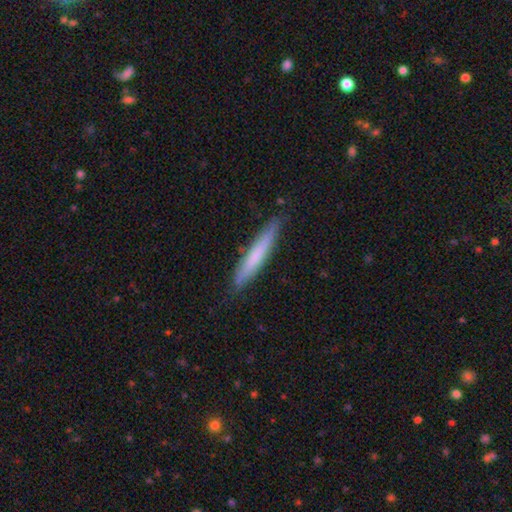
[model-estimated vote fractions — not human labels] Smooth or featured?
  - smooth: 67% *
  - featured or disk: 27%
  - star or artifact: 6%
How rounded?
  - cigar-shaped: 94% *
  - in between: 4%
  - round: 1%
Merging?
  - none: 86% *
  - minor disturbance: 11%
  - major disturbance: 2%
  - merger: 1%